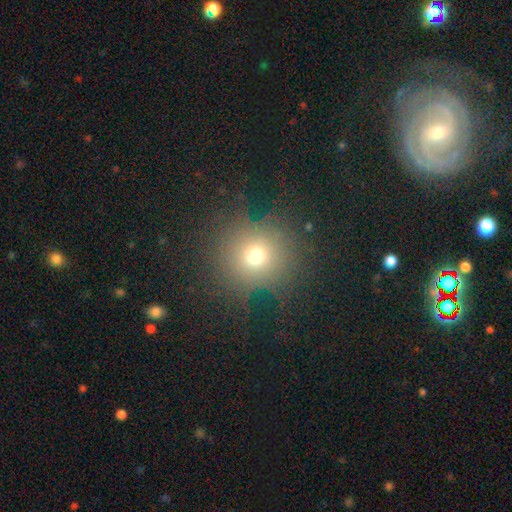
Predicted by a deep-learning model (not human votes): Overall: smooth (69%). How rounded: round (91%). Merging: none (80%).